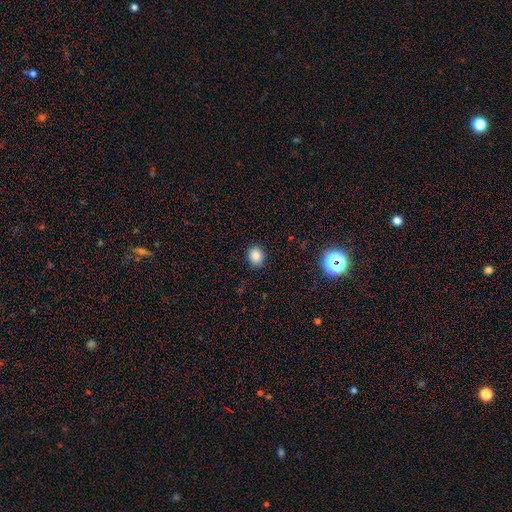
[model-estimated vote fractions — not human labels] Q: Smooth or featured?
A: smooth (84%); runner-up: star or artifact (11%)
Q: How rounded?
A: round (61%); runner-up: in between (38%)
Q: Merging?
A: none (86%); runner-up: minor disturbance (11%)